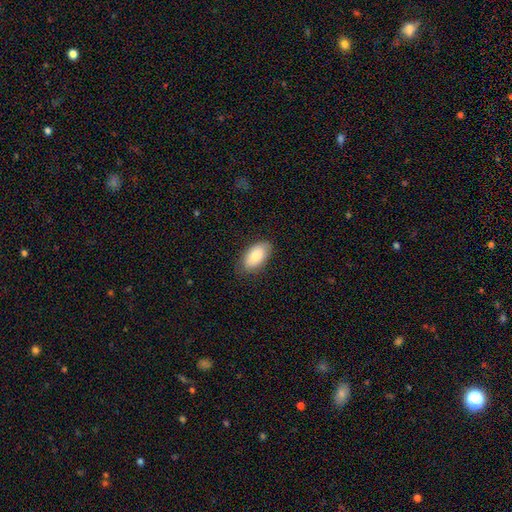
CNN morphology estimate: A smooth galaxy with no disk features (86%) that is in between round and cigar-shaped (95%).

Vote fractions:
- Smooth or featured? smooth: 86% / featured or disk: 8% / star or artifact: 6%
- How rounded? in between: 95% / round: 3% / cigar-shaped: 2%
- Merging? none: 81% / minor disturbance: 15% / major disturbance: 3% / merger: 1%